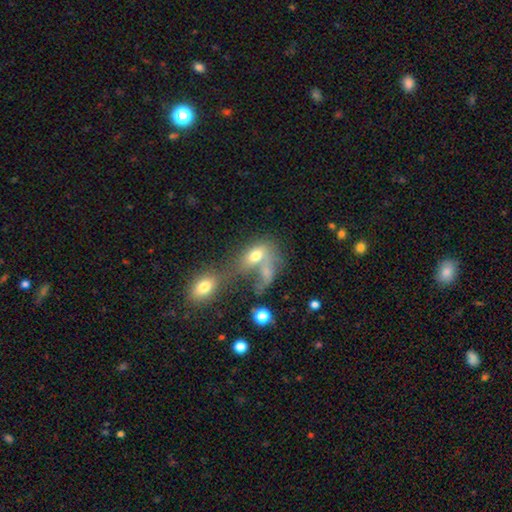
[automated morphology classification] smooth_or_featured: smooth (p=0.66) [alt: featured or disk p=0.21]
how_rounded: in between (p=0.80) [alt: round p=0.17]
merging: merger (p=0.53) [alt: none p=0.25]